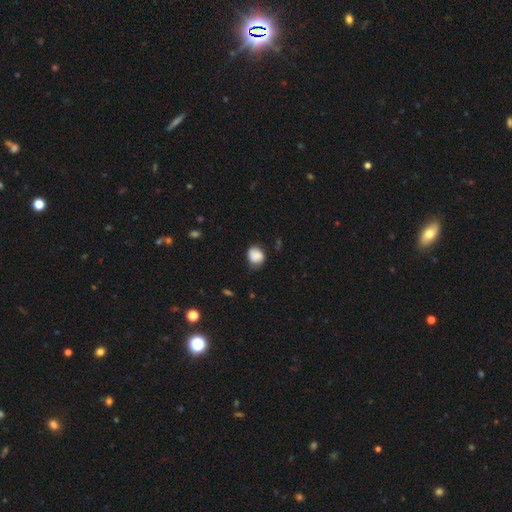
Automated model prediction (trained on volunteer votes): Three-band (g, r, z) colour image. It shows a smooth galaxy with no disk features (81%) that is round (63%). Merging: none (63%).